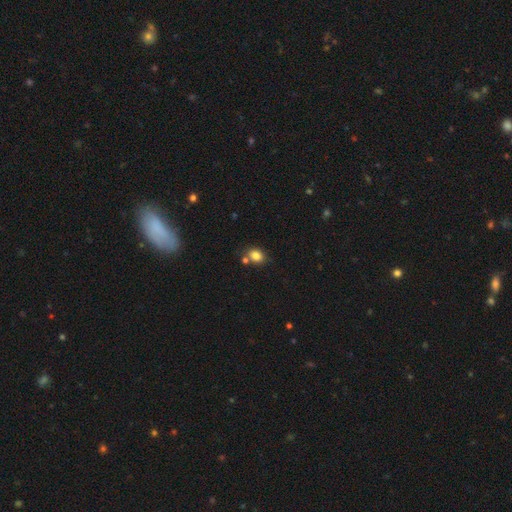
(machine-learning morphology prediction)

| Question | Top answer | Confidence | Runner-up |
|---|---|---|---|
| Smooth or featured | smooth | 82% | star or artifact (11%) |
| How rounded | in between | 51% | round (48%) |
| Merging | none | 65% | merger (18%) |